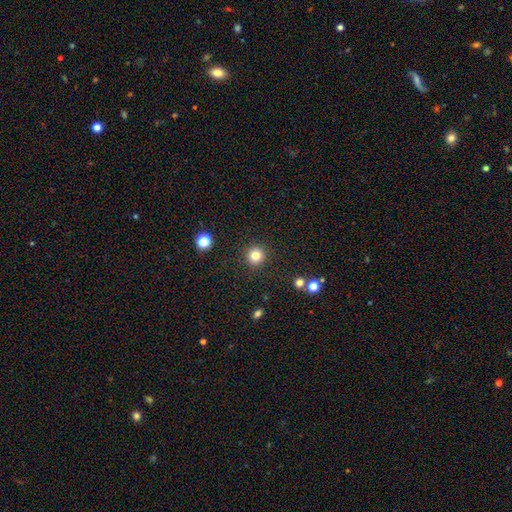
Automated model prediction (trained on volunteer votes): Smooth or featured? smooth (81%)
How rounded? round (95%)
Merging? none (91%)